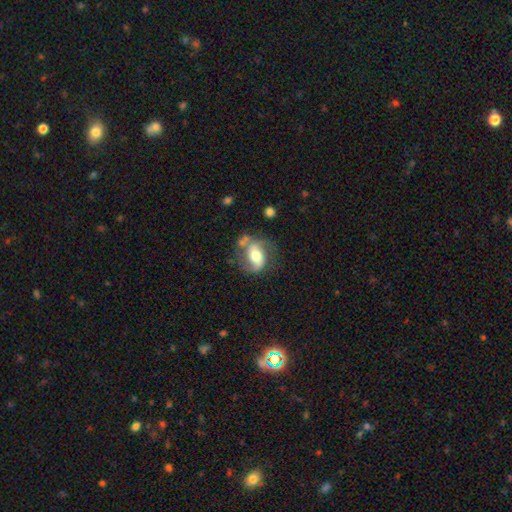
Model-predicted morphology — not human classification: Smooth or featured? Predicted: featured or disk (p=0.66). Edge-on disk? Predicted: no (p=0.95). Bar? Predicted: no (p=0.35). Spiral arms? Predicted: yes (p=0.84). Spiral winding? Predicted: medium (p=0.45). Spiral arm count? Predicted: 2 (p=0.82). Bulge size? Predicted: moderate (p=0.63). Merging? Predicted: none (p=0.54).